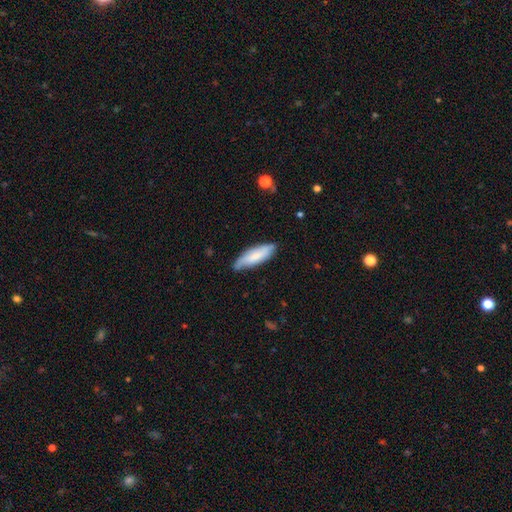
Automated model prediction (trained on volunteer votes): Smooth or featured? smooth (68%)
How rounded? in between (51%)
Merging? none (72%)